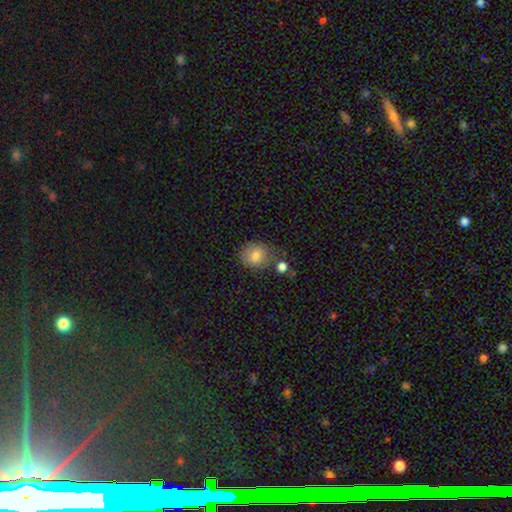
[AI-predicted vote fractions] smooth_or_featured: smooth (p=0.82) [alt: featured or disk p=0.09]
how_rounded: round (p=0.74) [alt: in between p=0.25]
merging: none (p=0.63) [alt: minor disturbance p=0.19]